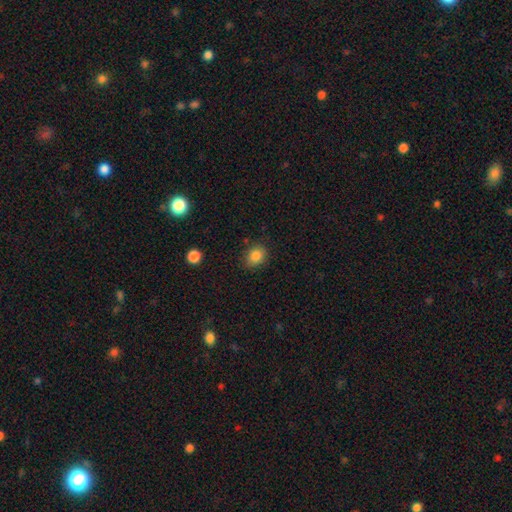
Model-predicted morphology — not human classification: smooth_or_featured: smooth (p=0.85) [alt: star or artifact p=0.10]
how_rounded: in between (p=0.52) [alt: round p=0.47]
merging: none (p=0.81) [alt: minor disturbance p=0.14]